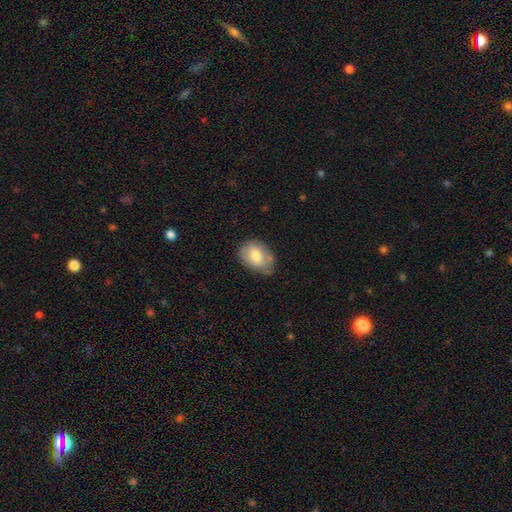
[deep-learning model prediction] Smooth or featured? Predicted: smooth (p=0.76). How rounded? Predicted: in between (p=0.76). Merging? Predicted: none (p=0.62).